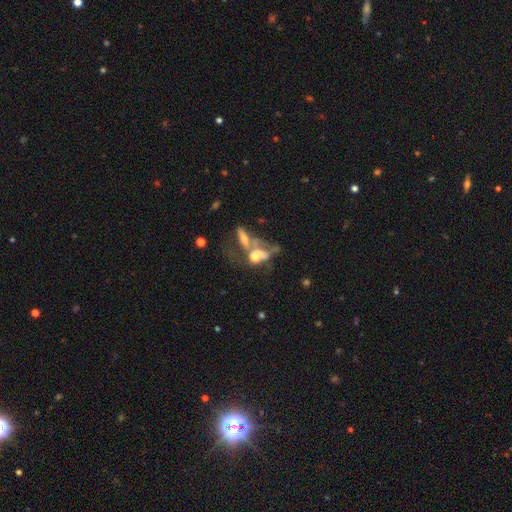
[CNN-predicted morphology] Overall: featured or disk (48%; smooth 39%). Merging: merger (61%).